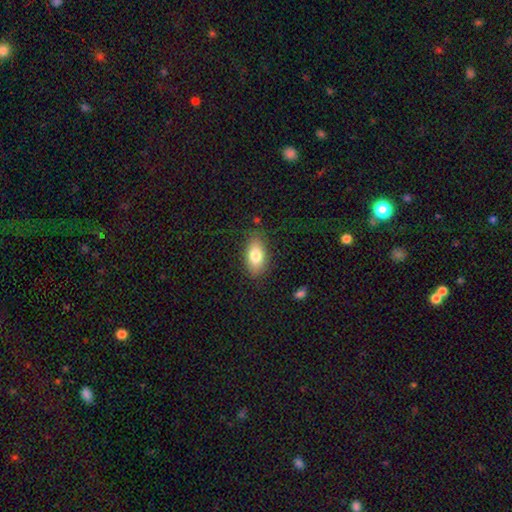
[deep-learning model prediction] Smooth or featured? Predicted: smooth (p=0.79). How rounded? Predicted: in between (p=0.90). Merging? Predicted: none (p=0.82).